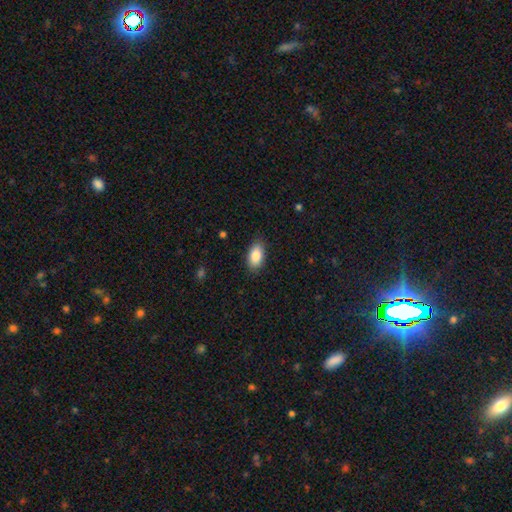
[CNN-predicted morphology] This appears to be a smooth galaxy with no disk features (86%) that is in between round and cigar-shaped (92%). Merging: none (86%).